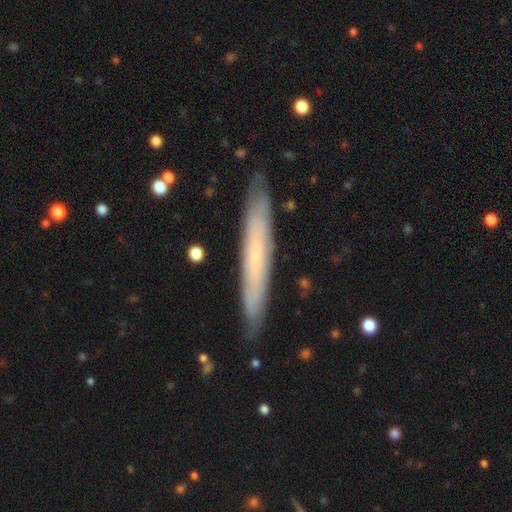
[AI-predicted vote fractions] A featured or disk galaxy (51%) viewed edge-on (82%).

Vote fractions:
- Smooth or featured? featured or disk: 51% / smooth: 43% / star or artifact: 7%
- Edge-on disk? yes: 82% / no: 18%
- Merging? none: 88% / minor disturbance: 9% / major disturbance: 2% / merger: 1%